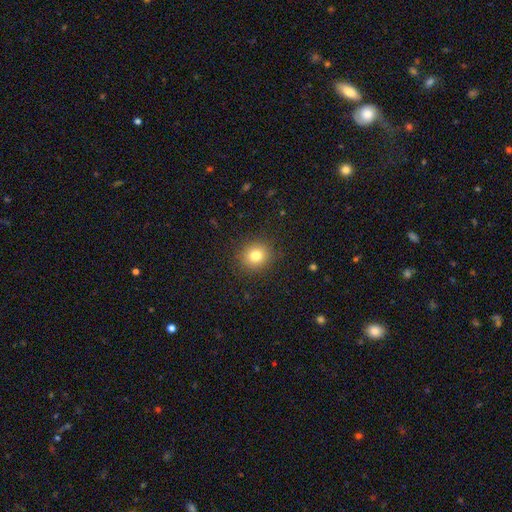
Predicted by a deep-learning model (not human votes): Smooth or featured?
  - smooth: 80% *
  - star or artifact: 12%
  - featured or disk: 8%
How rounded?
  - round: 83% *
  - in between: 16%
  - cigar-shaped: 1%
Merging?
  - none: 90% *
  - minor disturbance: 7%
  - major disturbance: 3%
  - merger: 1%